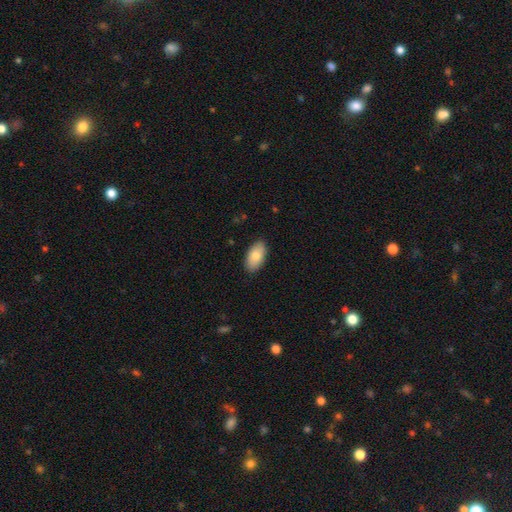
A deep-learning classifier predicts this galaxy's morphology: Smooth or featured? Predicted: smooth (p=0.80). How rounded? Predicted: in between (p=0.95). Merging? Predicted: none (p=0.87).